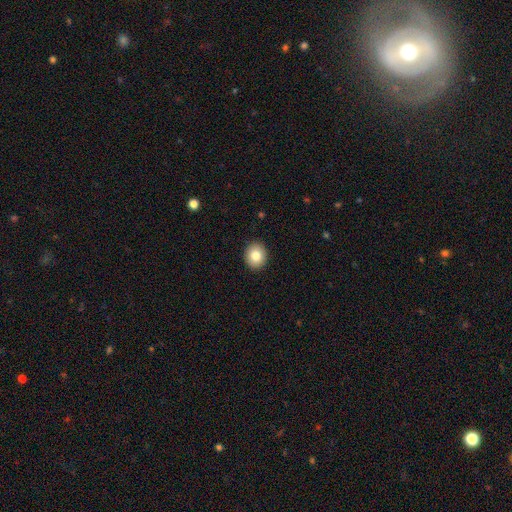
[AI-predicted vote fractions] smooth-or-featured: smooth: 82% | star or artifact: 9% | featured or disk: 9%
  how-rounded: round: 75% | in between: 24% | cigar-shaped: 1%
  merging: none: 92% | minor disturbance: 6% | major disturbance: 2% | merger: 1%